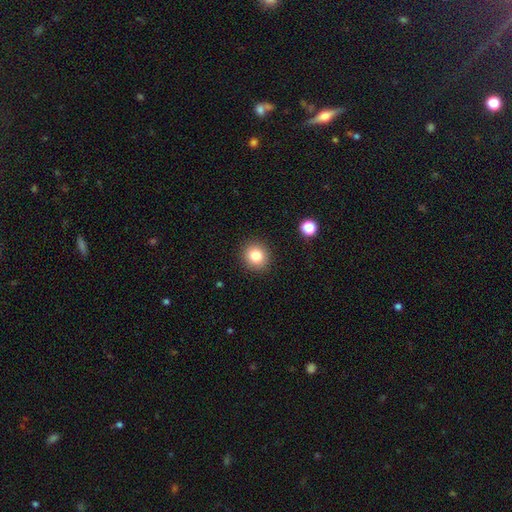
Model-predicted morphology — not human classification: smooth_or_featured: smooth (p=0.83) [alt: star or artifact p=0.11]
how_rounded: round (p=0.86) [alt: in between p=0.13]
merging: none (p=0.90) [alt: minor disturbance p=0.06]